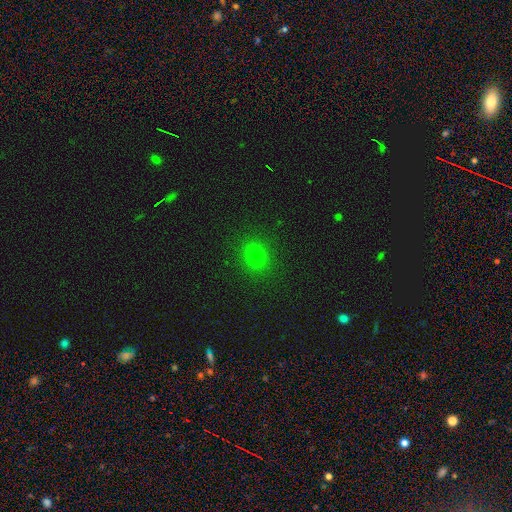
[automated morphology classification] The model was most divided on "how rounded": round: 73%, in between: 25%, cigar-shaped: 1%. More confident: merging — none (89%); smooth or featured — smooth (73%).